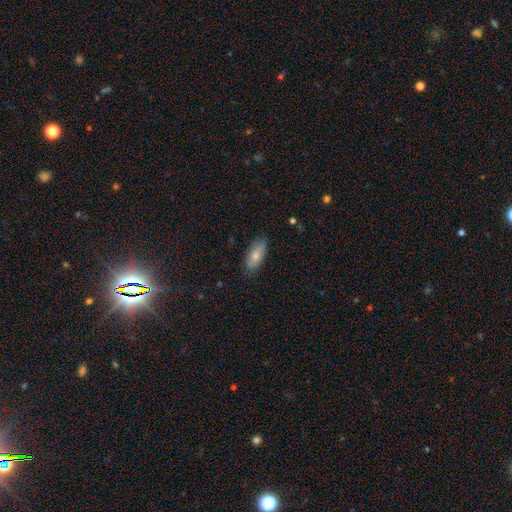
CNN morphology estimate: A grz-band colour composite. It shows a smooth galaxy with no disk features (74%) that is in between round and cigar-shaped (84%). Merging: none (81%).